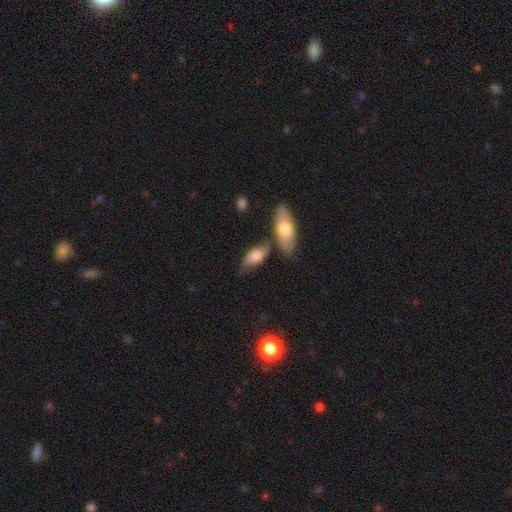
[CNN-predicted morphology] Smooth or featured?
  - smooth: 52% *
  - featured or disk: 41%
  - star or artifact: 7%
How rounded?
  - in between: 82% *
  - cigar-shaped: 12%
  - round: 6%
Merging?
  - none: 57% *
  - minor disturbance: 22%
  - merger: 14%
  - major disturbance: 8%